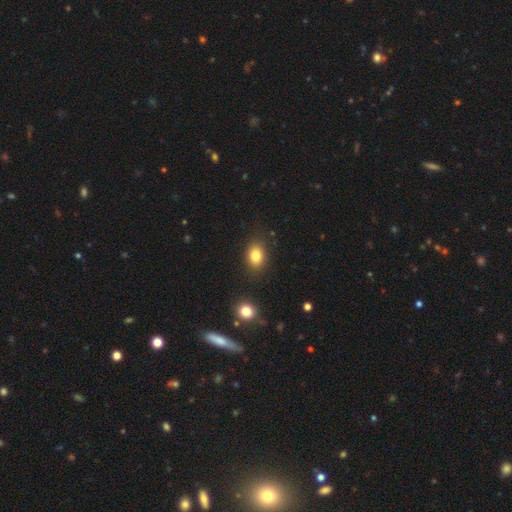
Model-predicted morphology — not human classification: A smooth galaxy with no disk features (82%) that is in between round and cigar-shaped (69%).

Vote fractions:
- Smooth or featured? smooth: 82% / star or artifact: 10% / featured or disk: 8%
- How rounded? in between: 69% / round: 30% / cigar-shaped: 1%
- Merging? none: 83% / minor disturbance: 11% / major disturbance: 3% / merger: 3%